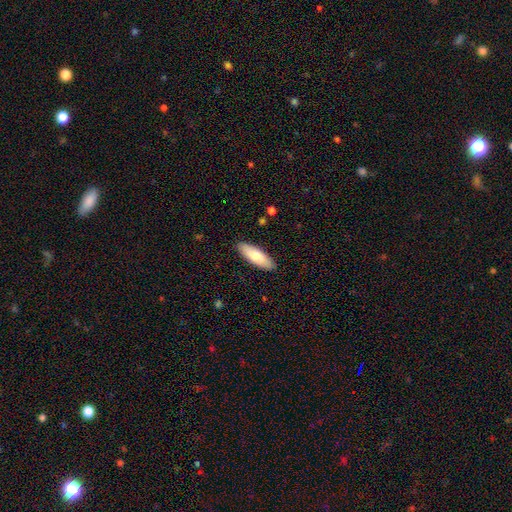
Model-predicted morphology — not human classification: smooth 74%, featured or disk 20%, star or artifact 6%. Down the decision tree: how rounded — in between (63%); merging — none (89%).